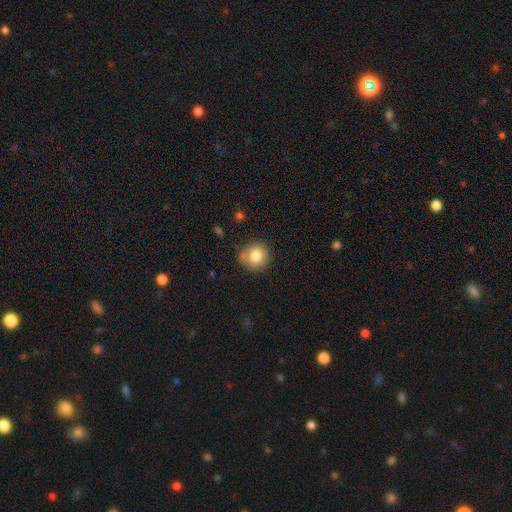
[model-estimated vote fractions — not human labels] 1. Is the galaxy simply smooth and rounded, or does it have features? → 80% smooth, 10% featured or disk, 10% star or artifact.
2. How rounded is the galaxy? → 87% round, 12% in between, 1% cigar-shaped.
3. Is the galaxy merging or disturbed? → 75% none, 17% minor disturbance, 4% major disturbance, 4% merger.